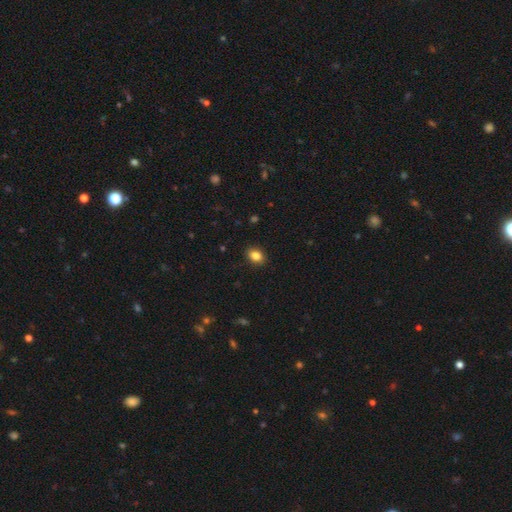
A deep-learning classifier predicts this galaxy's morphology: Smooth or featured: smooth — 85% (star or artifact — 10%)
How rounded: in between — 63% (round — 36%)
Merging: none — 89% (minor disturbance — 8%)